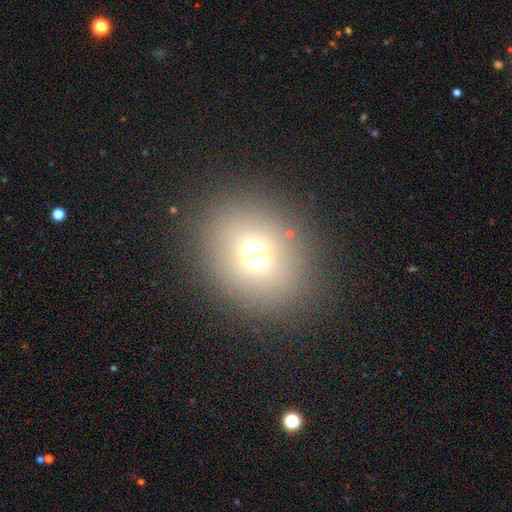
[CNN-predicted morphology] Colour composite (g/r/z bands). It shows a smooth galaxy with no disk features (66%) that is round (65%). Merging: none (84%).